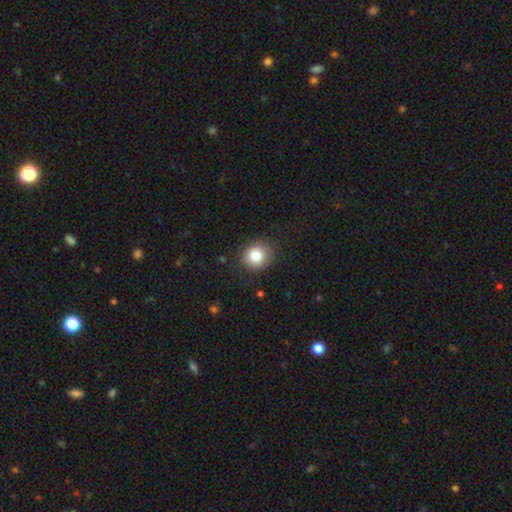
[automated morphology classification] Smooth or featured? smooth (82%)
How rounded? round (79%)
Merging? none (85%)